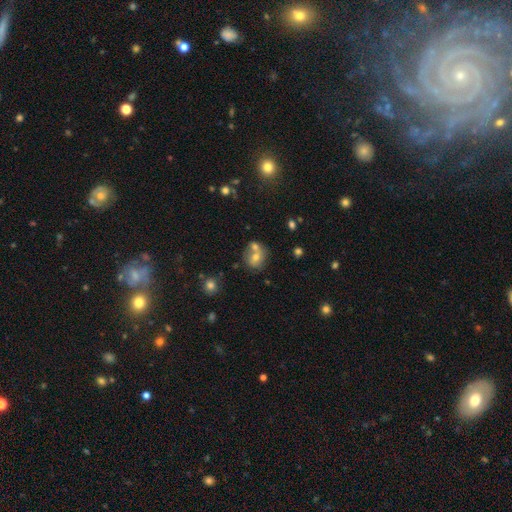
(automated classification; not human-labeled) Q: Smooth or featured?
A: smooth (61%); runner-up: featured or disk (26%)
Q: How rounded?
A: round (69%); runner-up: in between (30%)
Q: Merging?
A: merger (46%); runner-up: none (39%)